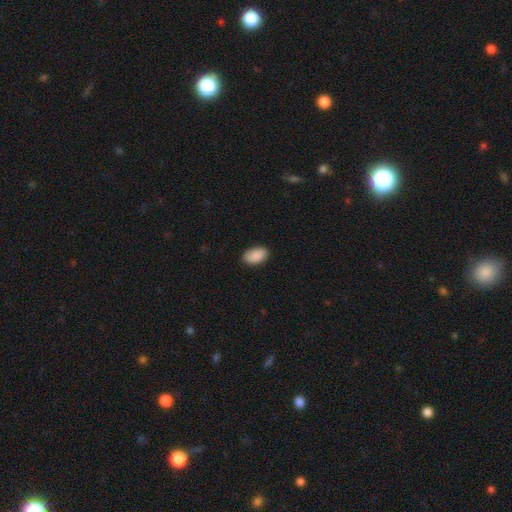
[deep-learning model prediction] Smooth or featured? smooth (90%)
How rounded? in between (94%)
Merging? none (87%)